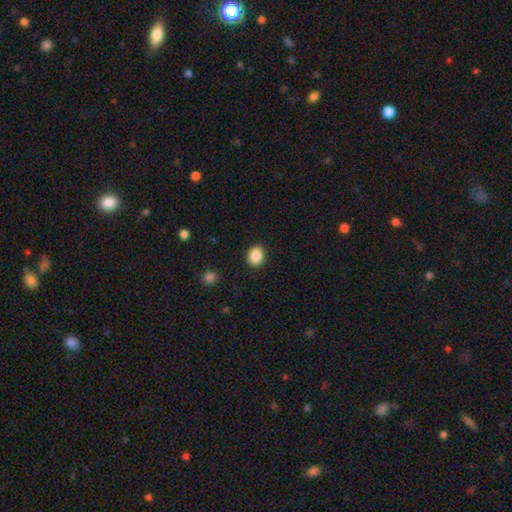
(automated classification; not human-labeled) This is clearly a smooth galaxy (88%). How rounded: possibly round (55%). Merging: clearly none (90%).